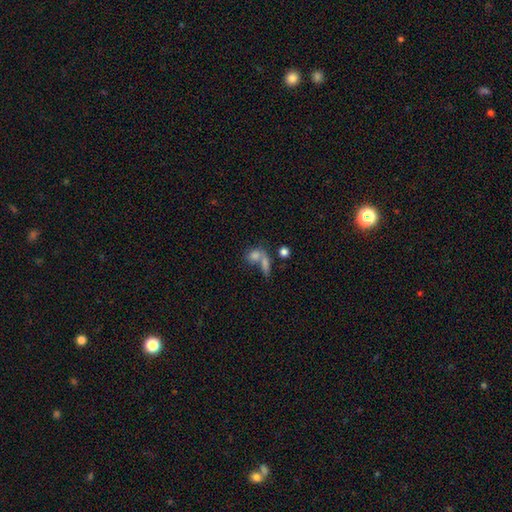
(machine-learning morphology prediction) smooth 68%, featured or disk 18%, star or artifact 14%. Down the decision tree: how rounded — in between (60%); merging — merger (51%).